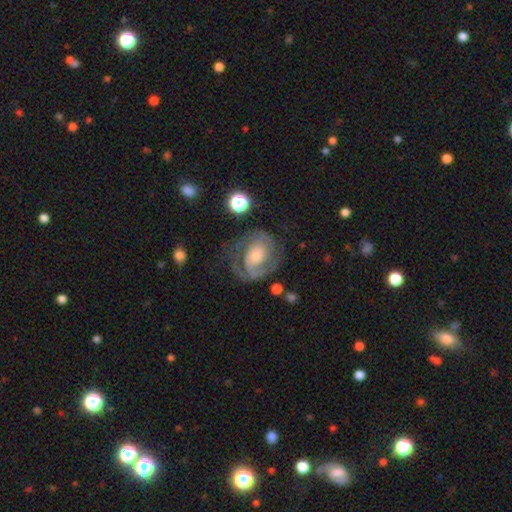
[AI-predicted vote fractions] This is clearly a featured or disk galaxy (85%). It is clearly not viewed edge-on (98%). Bar: likely no (61%). Spiral arm pattern: clearly yes (95%). Spiral arm count: likely 2 (78%). Spiral winding: possibly tight (48%). Central bulge: possibly small (46%). Merging: likely none (69%).